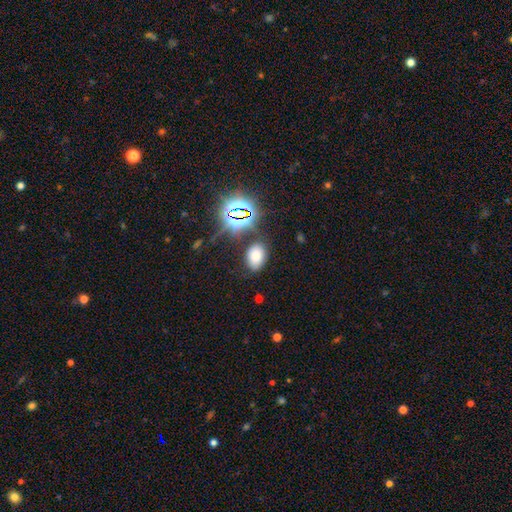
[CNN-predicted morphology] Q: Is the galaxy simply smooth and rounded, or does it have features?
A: smooth — 67%.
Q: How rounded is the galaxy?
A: in between — 85%.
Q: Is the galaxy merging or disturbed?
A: none — 81%.